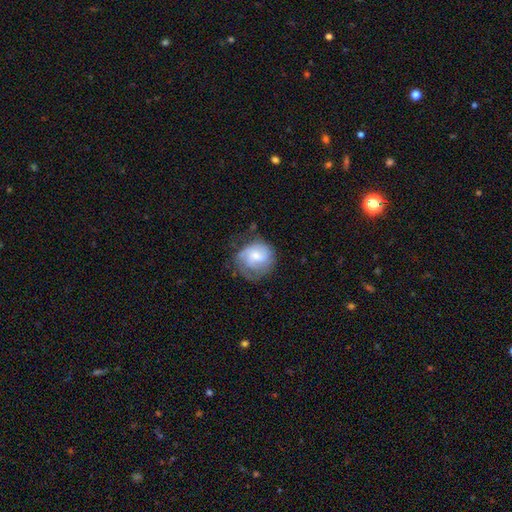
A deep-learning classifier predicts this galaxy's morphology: type=featured or disk (50%); edge-on=no (98%); merging=none (50%).